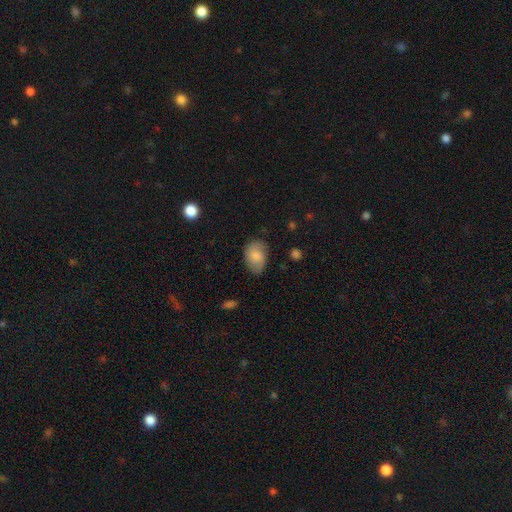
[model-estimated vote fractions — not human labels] Smooth or featured? smooth (66%)
How rounded? in between (83%)
Merging? none (68%)